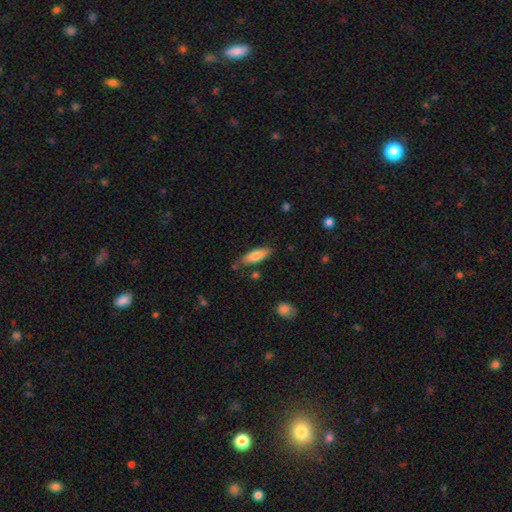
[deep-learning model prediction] Smooth or featured?
  - smooth: 78% *
  - featured or disk: 16%
  - star or artifact: 6%
How rounded?
  - in between: 56% *
  - cigar-shaped: 43%
  - round: 2%
Merging?
  - none: 78% *
  - minor disturbance: 15%
  - merger: 4%
  - major disturbance: 3%